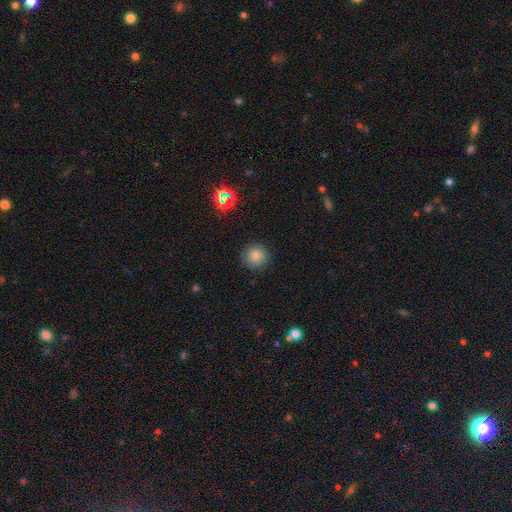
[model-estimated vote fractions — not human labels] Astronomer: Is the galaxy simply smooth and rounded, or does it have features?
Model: smooth — 80%.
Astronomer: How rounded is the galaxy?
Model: round — 94%.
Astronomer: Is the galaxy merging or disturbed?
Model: none — 87%.